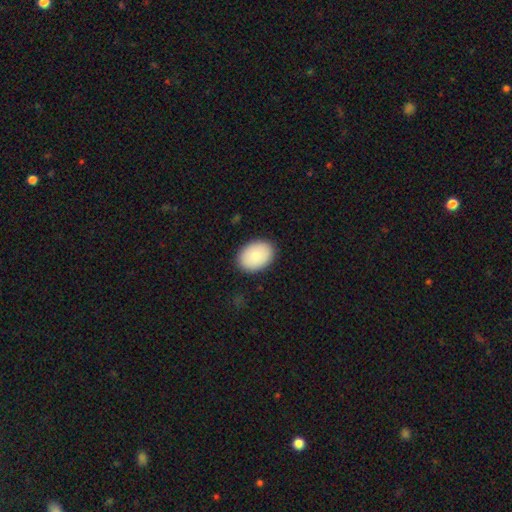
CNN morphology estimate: smooth-or-featured: smooth: 87% | featured or disk: 8% | star or artifact: 6%
  how-rounded: in between: 79% | round: 20% | cigar-shaped: 1%
  merging: none: 89% | minor disturbance: 8% | major disturbance: 2% | merger: 1%